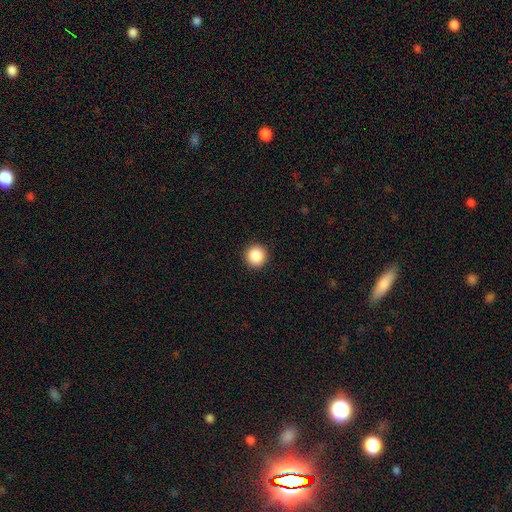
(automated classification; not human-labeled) The model was most divided on "smooth or featured": smooth: 88%, star or artifact: 9%, featured or disk: 3%. More confident: how rounded — round (95%); merging — none (93%).